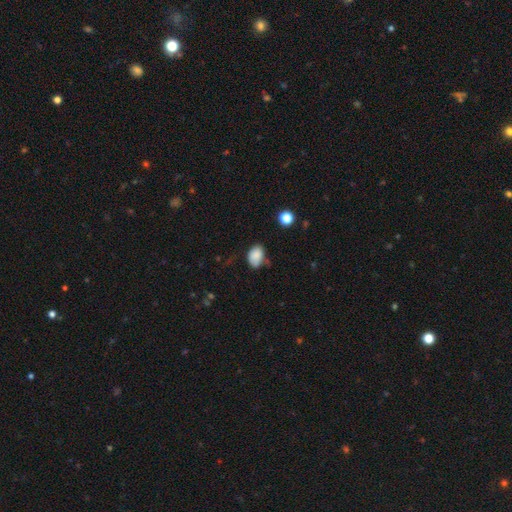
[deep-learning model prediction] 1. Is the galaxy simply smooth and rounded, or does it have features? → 85% smooth, 9% star or artifact, 6% featured or disk.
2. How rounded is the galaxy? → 82% in between, 17% round, 1% cigar-shaped.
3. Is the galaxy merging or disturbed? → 60% none, 29% minor disturbance, 7% major disturbance, 4% merger.